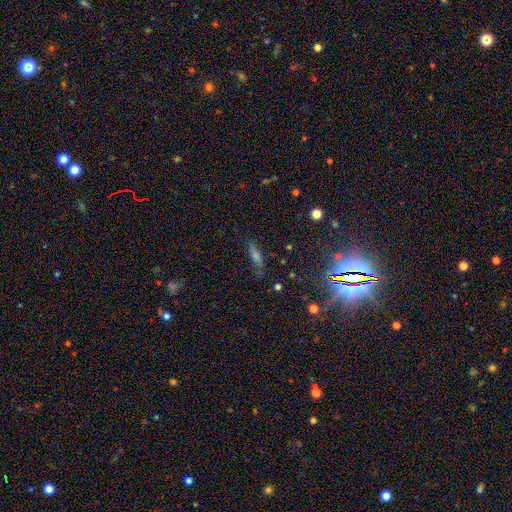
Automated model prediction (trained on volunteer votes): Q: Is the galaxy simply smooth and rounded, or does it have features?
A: smooth — 46%.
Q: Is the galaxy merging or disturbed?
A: none — 74%.